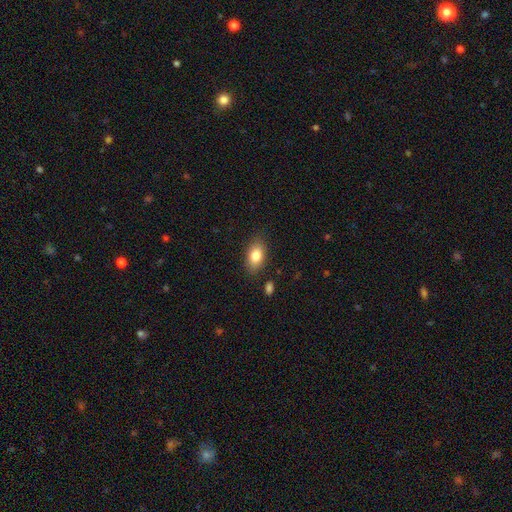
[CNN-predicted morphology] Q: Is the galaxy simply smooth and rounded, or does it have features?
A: smooth — 82%.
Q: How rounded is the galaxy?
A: in between — 87%.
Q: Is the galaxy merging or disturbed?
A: none — 83%.